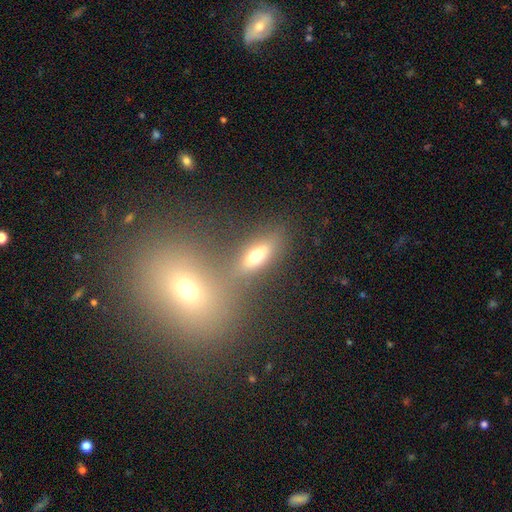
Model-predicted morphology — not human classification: Smooth or featured: smooth — 65% (featured or disk — 20%)
How rounded: in between — 68% (cigar-shaped — 19%)
Merging: none — 66% (merger — 18%)